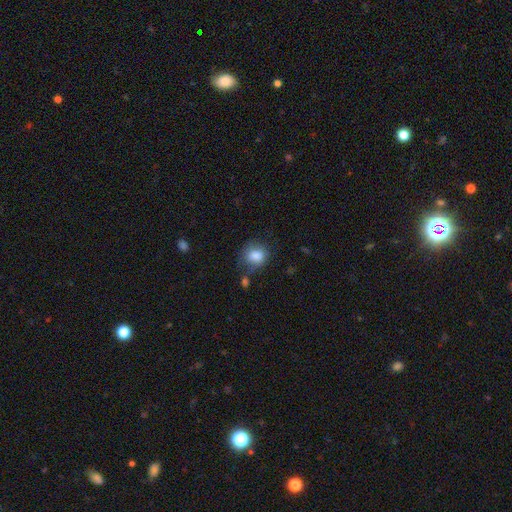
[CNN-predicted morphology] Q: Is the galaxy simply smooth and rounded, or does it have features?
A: smooth — 84%.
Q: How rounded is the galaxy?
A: round — 70%.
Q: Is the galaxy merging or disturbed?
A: none — 63%.